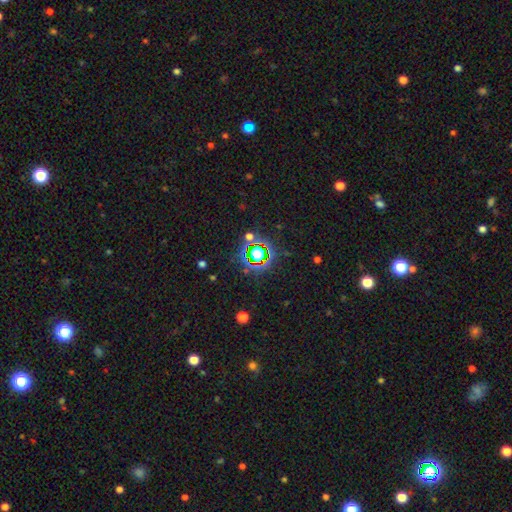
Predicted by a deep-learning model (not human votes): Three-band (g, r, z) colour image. It shows a star or artifact, not a galaxy (69%).